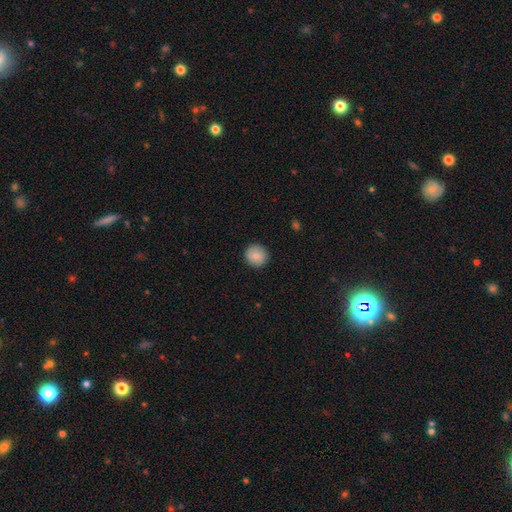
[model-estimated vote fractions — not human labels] Overall: smooth (84%). How rounded: round (93%). Merging: none (90%).